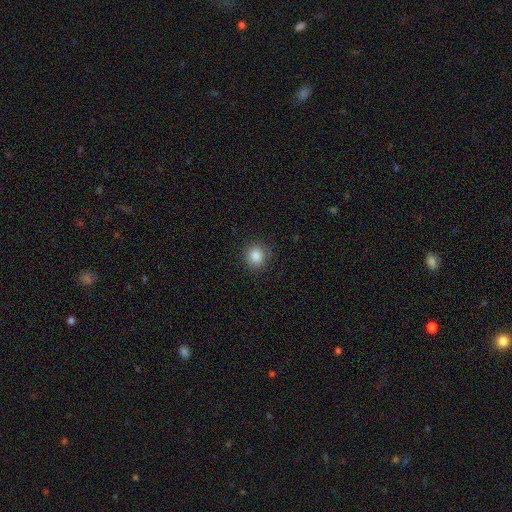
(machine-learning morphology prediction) smooth-or-featured: smooth: 86% | star or artifact: 10% | featured or disk: 4%
  how-rounded: round: 89% | in between: 10% | cigar-shaped: 1%
  merging: none: 88% | minor disturbance: 9% | major disturbance: 3% | merger: 1%